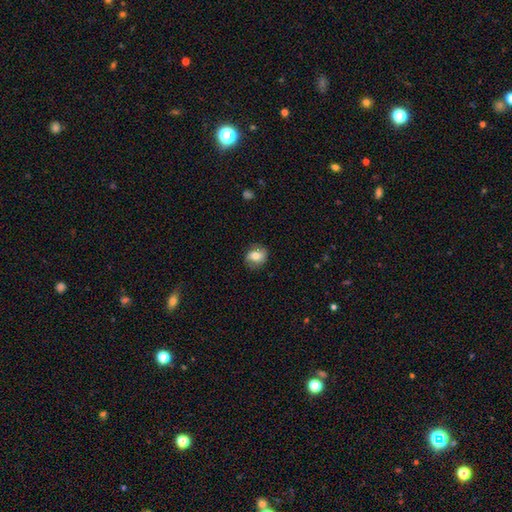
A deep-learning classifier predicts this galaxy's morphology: smooth_or_featured: smooth (p=0.68) [alt: featured or disk p=0.24]
how_rounded: round (p=0.61) [alt: in between p=0.38]
merging: none (p=0.81) [alt: minor disturbance p=0.14]